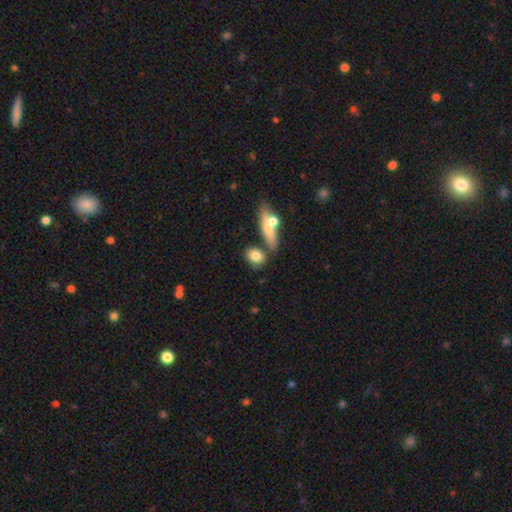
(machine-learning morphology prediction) The model was most divided on "how rounded": in between: 56%, round: 36%, cigar-shaped: 8%. More confident: smooth or featured — smooth (79%); merging — none (59%).